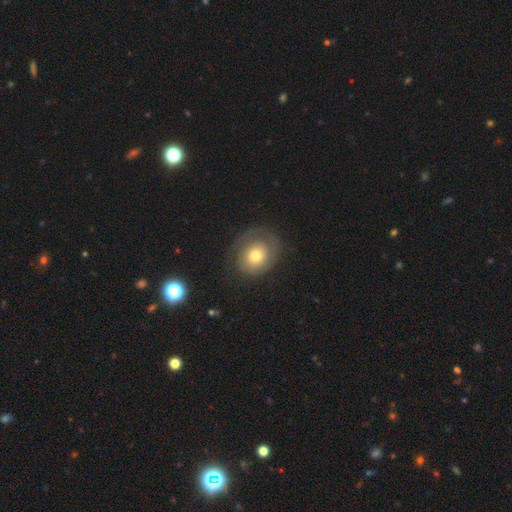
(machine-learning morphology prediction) Smooth or featured? smooth (55%)
How rounded? round (62%)
Merging? none (68%)